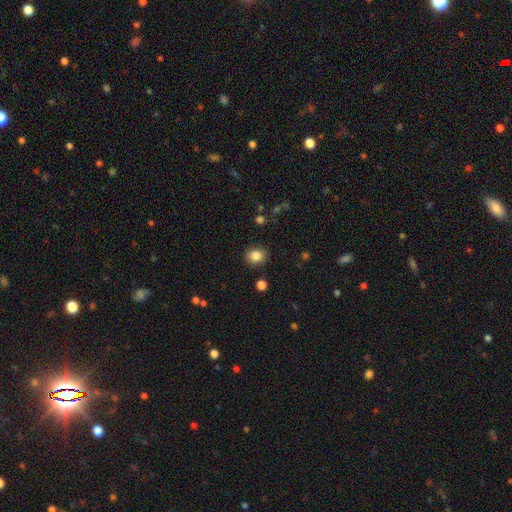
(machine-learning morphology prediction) type=smooth (85%); roundness=round (65%); merging=none (88%).